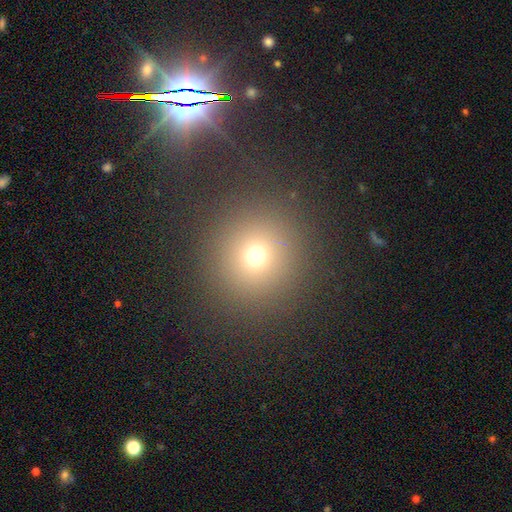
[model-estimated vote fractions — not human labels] smooth_or_featured: smooth (p=0.69) [alt: star or artifact p=0.21]
how_rounded: round (p=0.94) [alt: in between p=0.05]
merging: none (p=0.87) [alt: minor disturbance p=0.06]